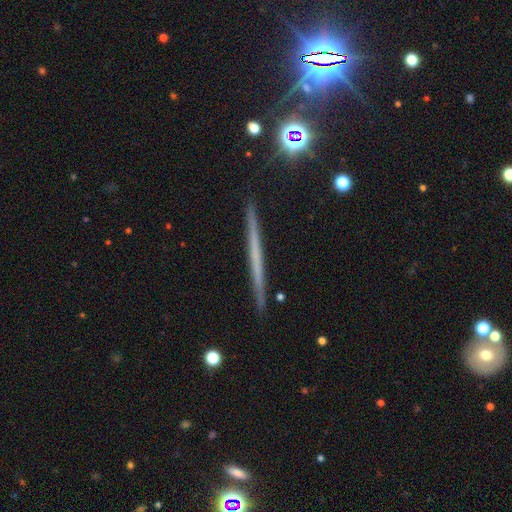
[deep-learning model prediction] featured or disk 54%, smooth 36%, star or artifact 10%. Down the decision tree: edge-on disk — yes (97%); edge-on bulge — none (92%); merging — none (91%).